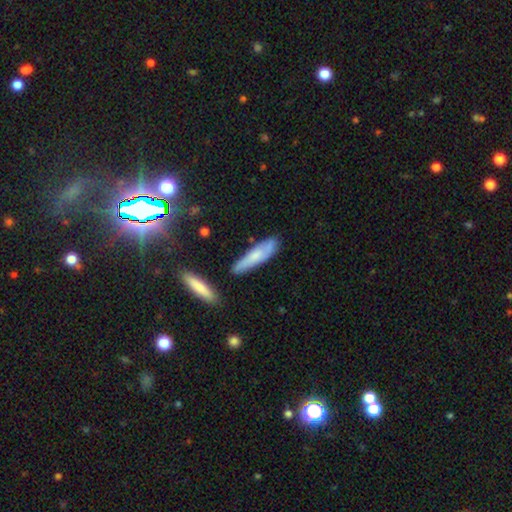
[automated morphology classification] This is likely a smooth galaxy (64%). How rounded: likely cigar-shaped (72%). Merging: likely none (71%).